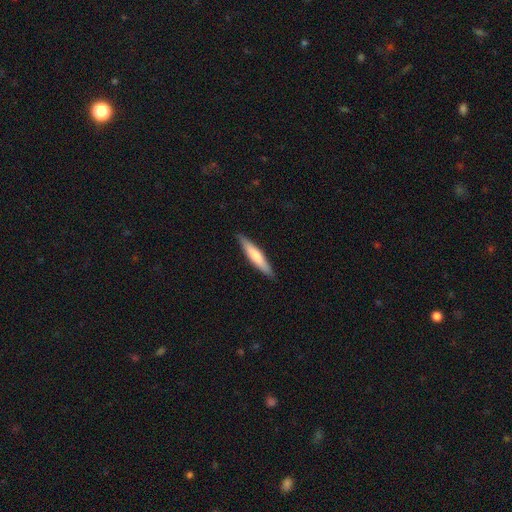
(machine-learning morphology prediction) Smooth or featured? Predicted: smooth (p=0.66). How rounded? Predicted: cigar-shaped (p=0.88). Merging? Predicted: none (p=0.90).